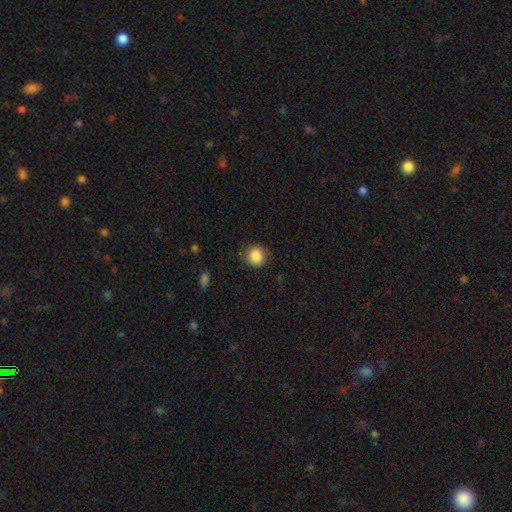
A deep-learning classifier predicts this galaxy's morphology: smooth_or_featured: smooth (p=0.87) [alt: star or artifact p=0.09]
how_rounded: round (p=0.87) [alt: in between p=0.12]
merging: none (p=0.82) [alt: minor disturbance p=0.13]